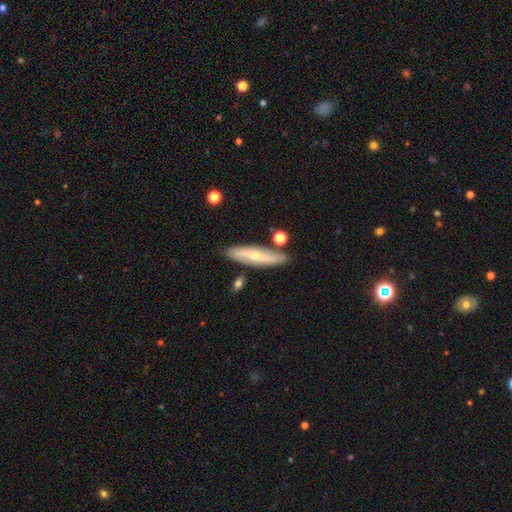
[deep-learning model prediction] Q: Smooth or featured?
A: featured or disk (52%); runner-up: smooth (42%)
Q: Edge-on disk?
A: yes (57%); runner-up: no (43%)
Q: Merging?
A: none (82%); runner-up: minor disturbance (11%)